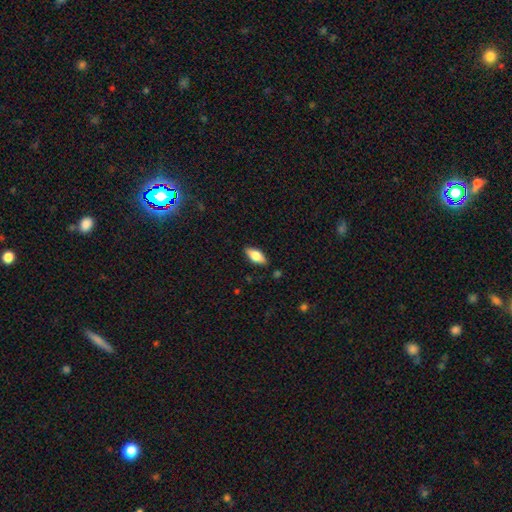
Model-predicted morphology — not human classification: The model was most divided on "smooth or featured": smooth: 66%, featured or disk: 27%, star or artifact: 7%. More confident: merging — none (86%); how rounded — in between (84%).